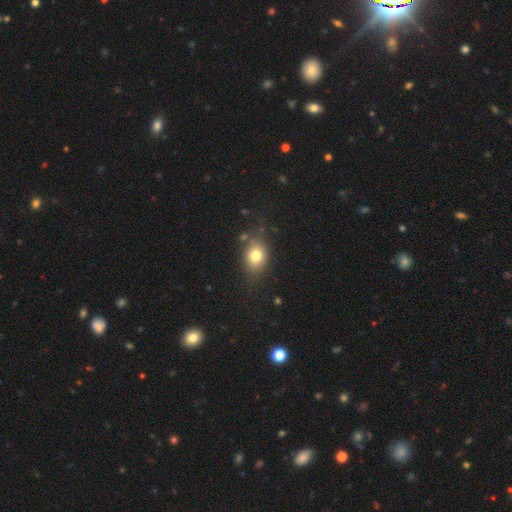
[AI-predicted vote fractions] This is likely a smooth galaxy (77%). How rounded: possibly in between (58%). Merging: likely none (73%).